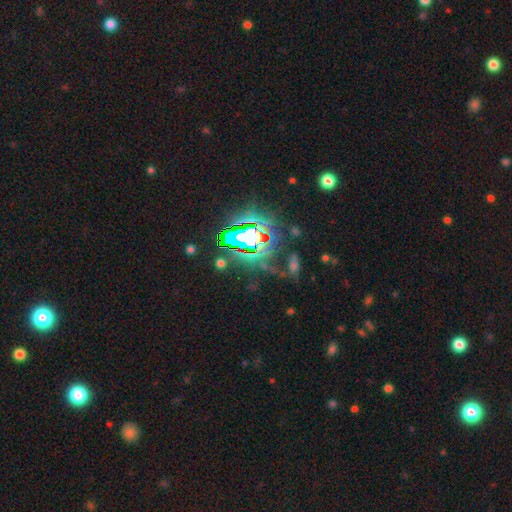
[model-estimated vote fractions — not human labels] smooth-or-featured: star or artifact: 81% | smooth: 10% | featured or disk: 9%